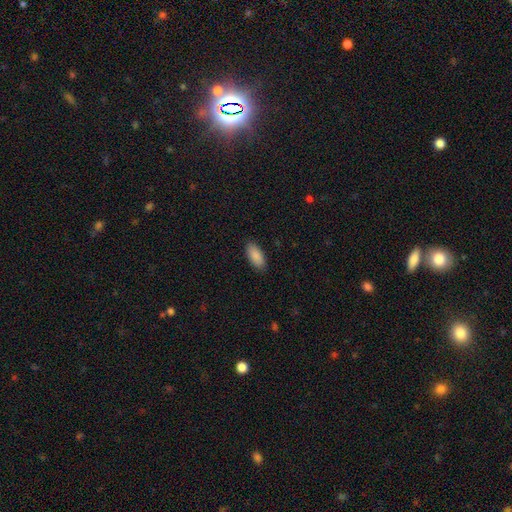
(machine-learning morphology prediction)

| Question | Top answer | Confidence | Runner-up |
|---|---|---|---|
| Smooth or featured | smooth | 90% | star or artifact (6%) |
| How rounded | in between | 90% | cigar-shaped (8%) |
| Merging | none | 88% | minor disturbance (9%) |